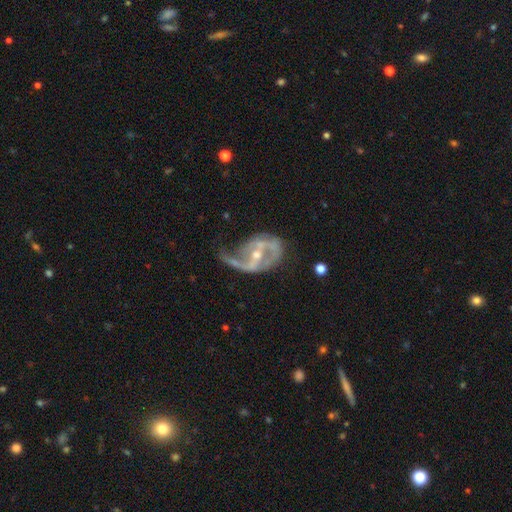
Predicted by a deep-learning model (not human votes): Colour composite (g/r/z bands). It shows a featured or disk galaxy (87%) with a strong bar (41%), 2 (61%) loose (47%) spiral arms (88%) and a small central bulge (53%). Merging: major disturbance (39%).